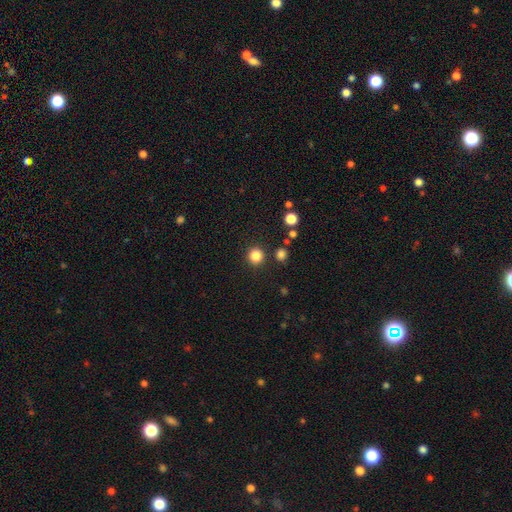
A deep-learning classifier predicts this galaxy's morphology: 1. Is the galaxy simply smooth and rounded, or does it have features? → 85% smooth, 12% star or artifact, 4% featured or disk.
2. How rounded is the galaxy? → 94% round, 5% in between, 1% cigar-shaped.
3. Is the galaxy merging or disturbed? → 90% none, 5% minor disturbance, 3% merger, 2% major disturbance.